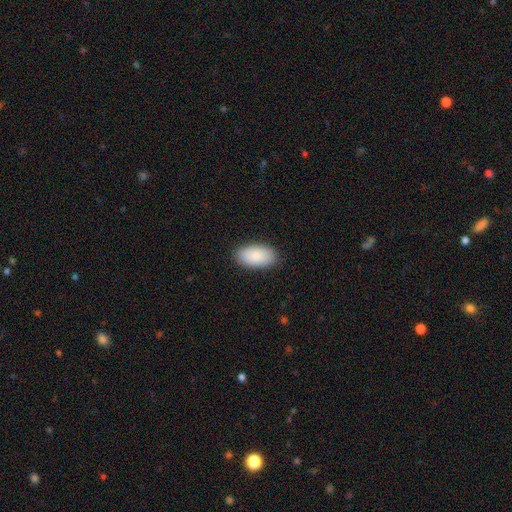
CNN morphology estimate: This is clearly a smooth galaxy (89%). How rounded: clearly in between (95%). Merging: clearly none (88%).